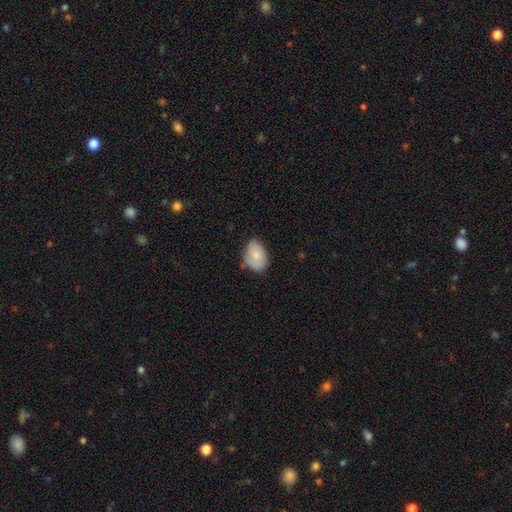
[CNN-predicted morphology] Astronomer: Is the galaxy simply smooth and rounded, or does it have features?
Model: smooth — 70%.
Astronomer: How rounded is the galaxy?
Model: in between — 85%.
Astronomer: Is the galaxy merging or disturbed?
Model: none — 63%.